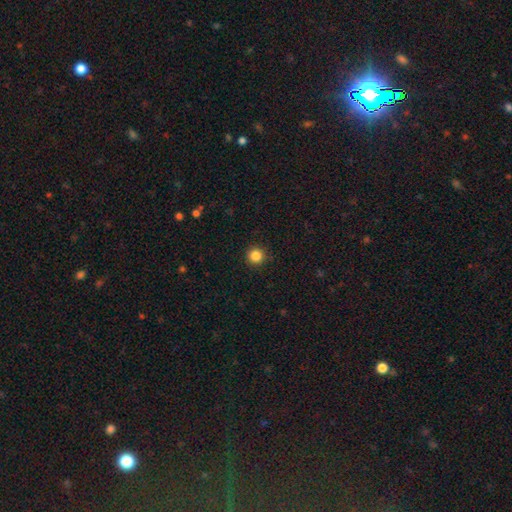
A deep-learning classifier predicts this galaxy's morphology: This is clearly a smooth galaxy (85%). How rounded: clearly round (96%). Merging: clearly none (92%).